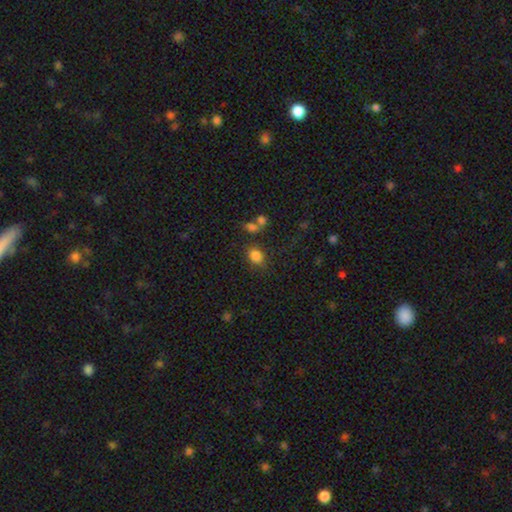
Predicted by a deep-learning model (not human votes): smooth_or_featured: smooth (p=0.83) [alt: star or artifact p=0.12]
how_rounded: in between (p=0.58) [alt: round p=0.41]
merging: none (p=0.72) [alt: minor disturbance p=0.15]